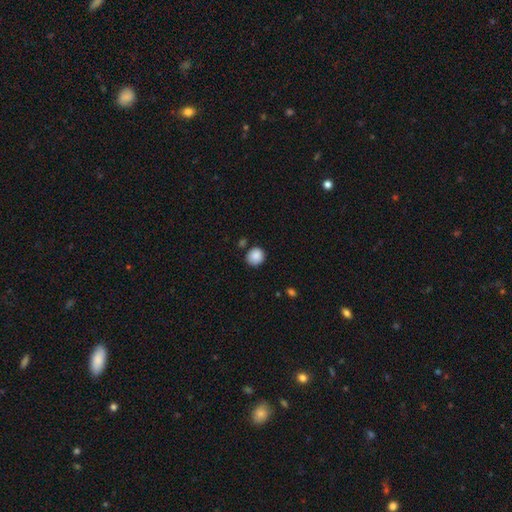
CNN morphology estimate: Smooth or featured? smooth (88%)
How rounded? round (87%)
Merging? none (80%)